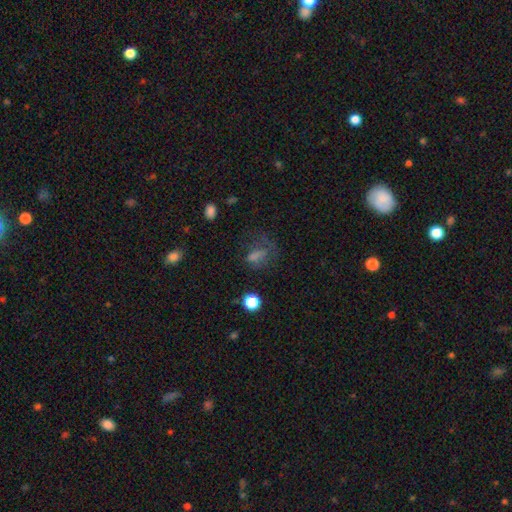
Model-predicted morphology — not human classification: Overall: smooth (49%; star or artifact 29%). Merging: none (46%; major disturbance 31%).